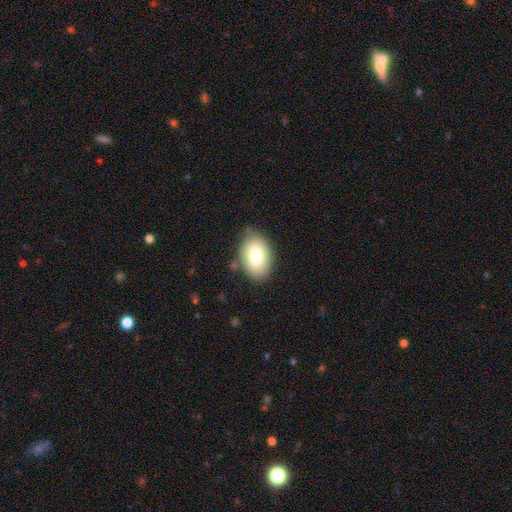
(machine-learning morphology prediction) smooth_or_featured: smooth (p=0.79) [alt: featured or disk p=0.14]
how_rounded: in between (p=0.89) [alt: round p=0.10]
merging: none (p=0.78) [alt: minor disturbance p=0.16]